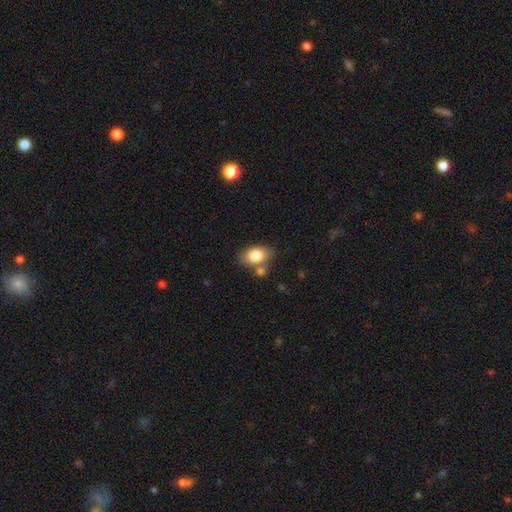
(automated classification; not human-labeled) Morphology: type=smooth (81%); roundness=in between (84%); merging=none (63%).